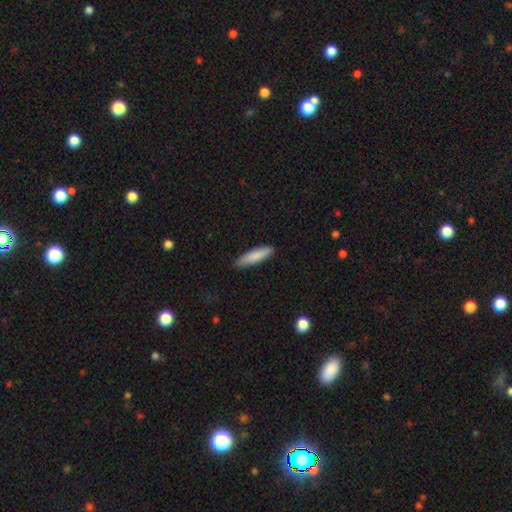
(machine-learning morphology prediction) Smooth or featured? smooth (85%)
How rounded? cigar-shaped (75%)
Merging? none (87%)